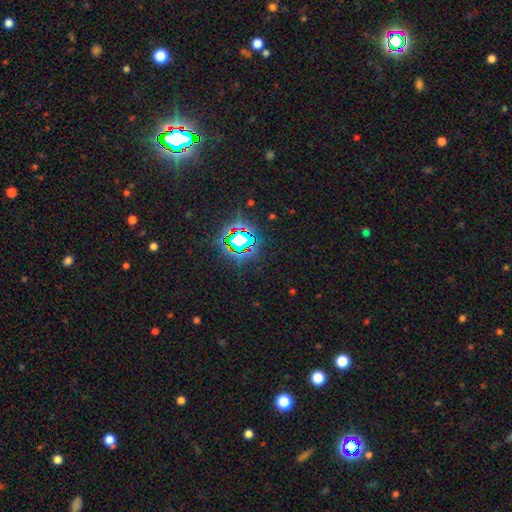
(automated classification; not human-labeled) This is clearly a star or artifact rather than a galaxy (84%).